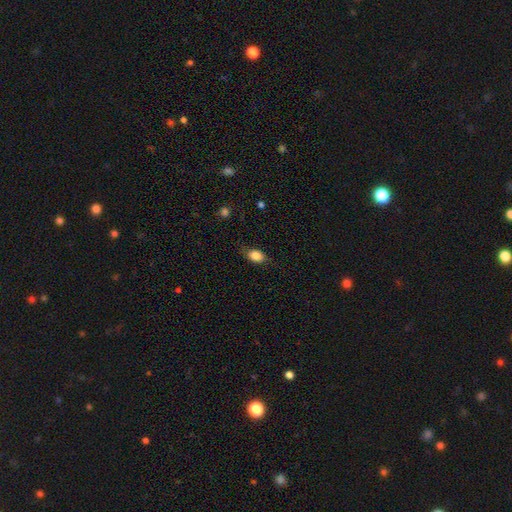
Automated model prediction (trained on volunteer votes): This appears to be a smooth galaxy with no disk features (81%) that is in between round and cigar-shaped (76%). Merging: none (70%).